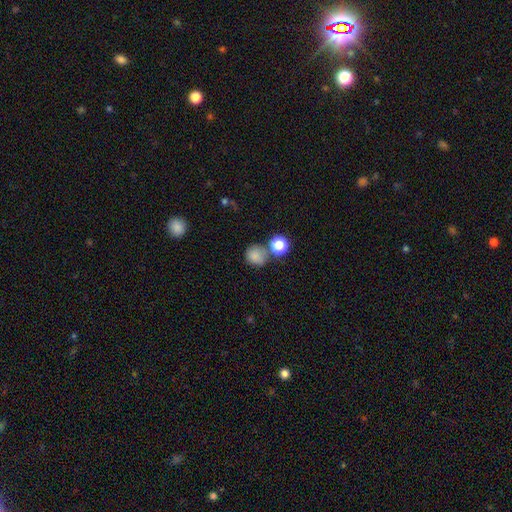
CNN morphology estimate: smooth-or-featured: smooth: 80% | star or artifact: 13% | featured or disk: 7%
  how-rounded: round: 83% | in between: 16% | cigar-shaped: 1%
  merging: none: 57% | merger: 22% | minor disturbance: 15% | major disturbance: 6%